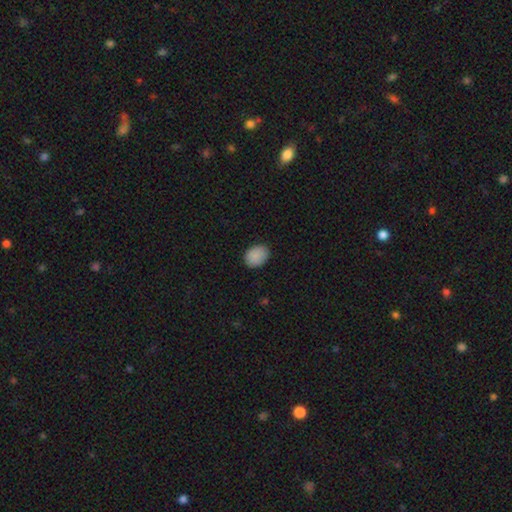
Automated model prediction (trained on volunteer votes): This is clearly a smooth galaxy (89%). How rounded: likely in between (66%). Merging: clearly none (84%).